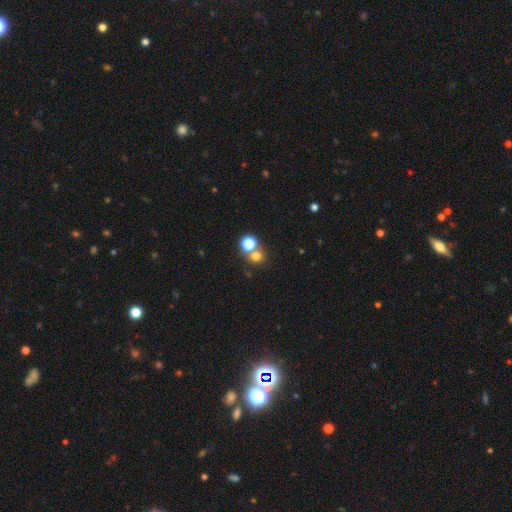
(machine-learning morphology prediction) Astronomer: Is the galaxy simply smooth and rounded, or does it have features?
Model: smooth — 71%.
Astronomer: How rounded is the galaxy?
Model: round — 83%.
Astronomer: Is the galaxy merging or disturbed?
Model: none — 57% (runner-up: merger, 32%).